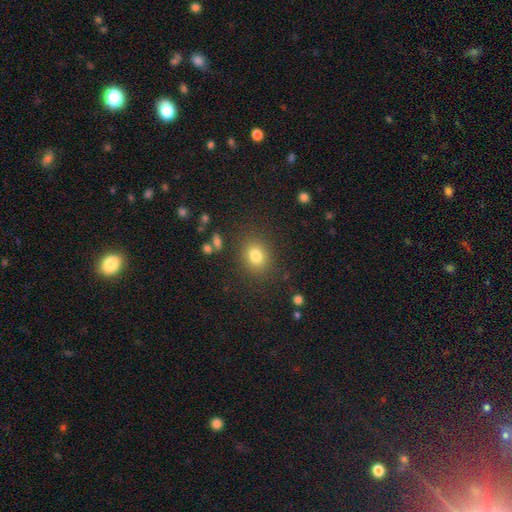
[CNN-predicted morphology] Smooth or featured? Predicted: smooth (p=0.79). How rounded? Predicted: round (p=0.56). Merging? Predicted: none (p=0.83).